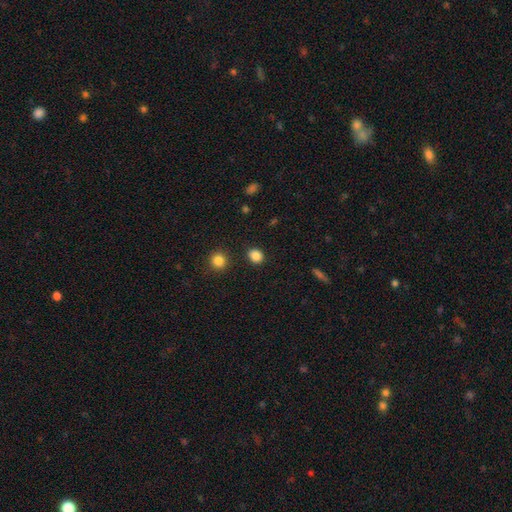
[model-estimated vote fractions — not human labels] Smooth or featured? Predicted: smooth (p=0.86). How rounded? Predicted: round (p=0.68). Merging? Predicted: none (p=0.88).